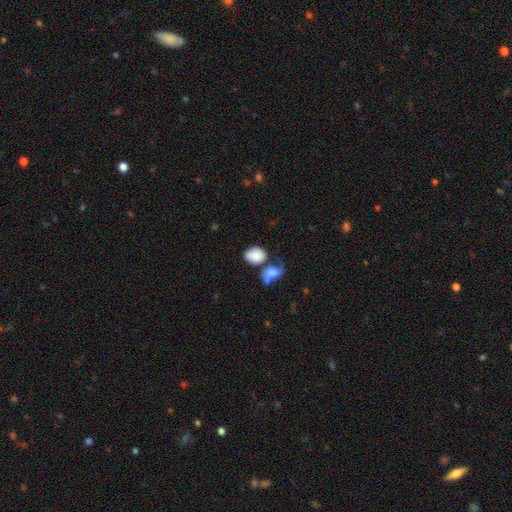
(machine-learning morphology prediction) Smooth or featured?
  - smooth: 80% *
  - featured or disk: 13%
  - star or artifact: 7%
How rounded?
  - in between: 62% *
  - round: 37%
  - cigar-shaped: 1%
Merging?
  - merger: 38% *
  - none: 34%
  - minor disturbance: 17%
  - major disturbance: 11%